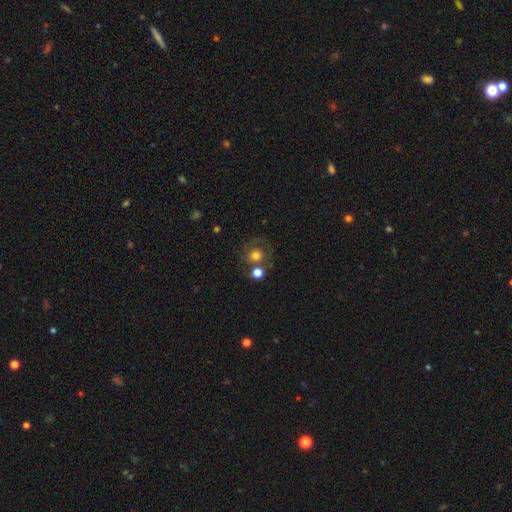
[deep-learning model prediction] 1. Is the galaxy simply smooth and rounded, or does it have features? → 59% smooth, 27% featured or disk, 14% star or artifact.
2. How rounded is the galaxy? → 88% round, 11% in between, 1% cigar-shaped.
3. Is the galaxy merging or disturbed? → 58% none, 22% merger, 12% minor disturbance, 8% major disturbance.